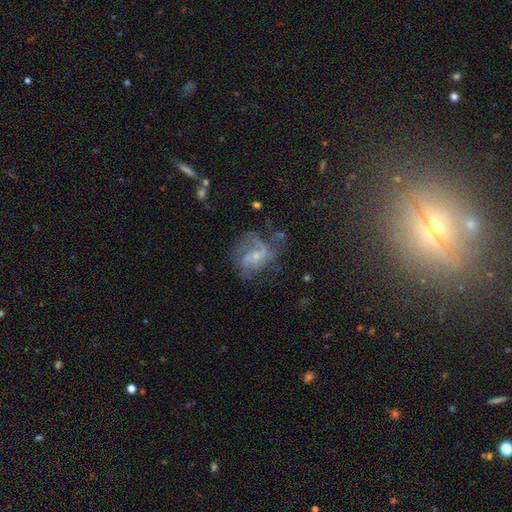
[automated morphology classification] featured or disk 77%, smooth 13%, star or artifact 9%. Down the decision tree: edge-on disk — no (98%); bar — no (61%); spiral arms — yes (89%); spiral arm count — 3 (28%); spiral winding — medium (47%); bulge size — small (68%); merging — none (49%).